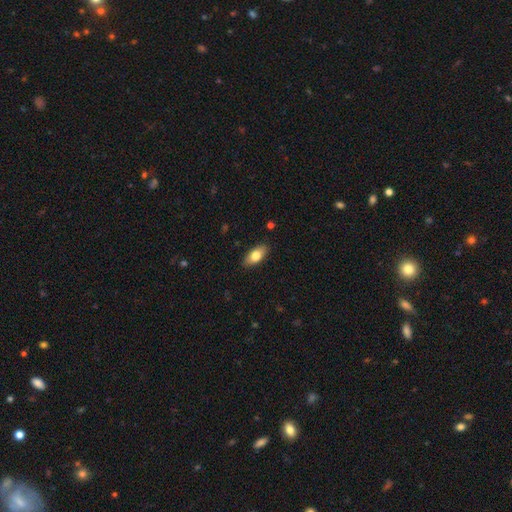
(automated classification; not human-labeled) Smooth or featured? smooth (76%)
How rounded? in between (87%)
Merging? none (88%)